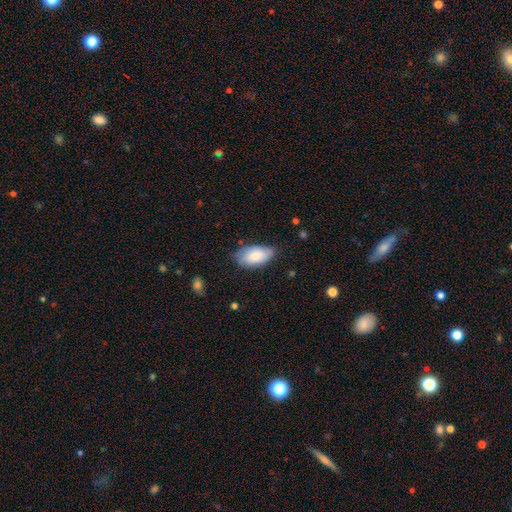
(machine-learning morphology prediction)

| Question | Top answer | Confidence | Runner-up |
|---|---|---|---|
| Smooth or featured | smooth | 80% | featured or disk (14%) |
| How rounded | in between | 95% | round (3%) |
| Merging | none | 70% | minor disturbance (25%) |